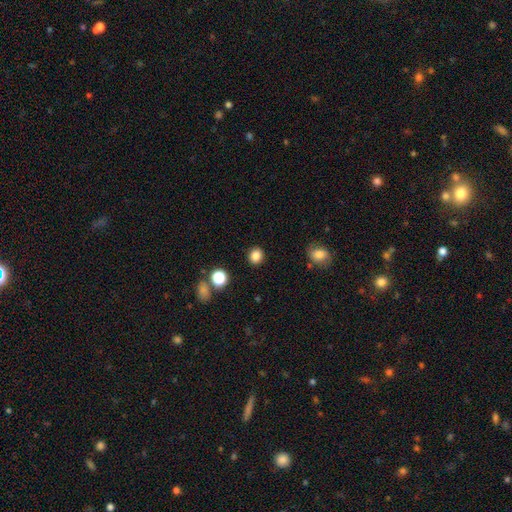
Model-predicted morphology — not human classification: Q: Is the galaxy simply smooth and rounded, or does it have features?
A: smooth — 84%.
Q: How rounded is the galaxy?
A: round — 82%.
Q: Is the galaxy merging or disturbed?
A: none — 89%.